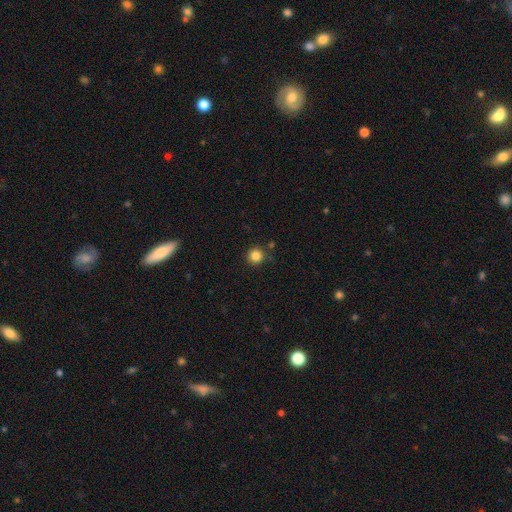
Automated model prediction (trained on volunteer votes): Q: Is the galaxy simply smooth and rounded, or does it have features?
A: smooth — 84%.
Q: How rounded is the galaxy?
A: round — 94%.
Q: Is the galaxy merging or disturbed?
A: none — 84%.